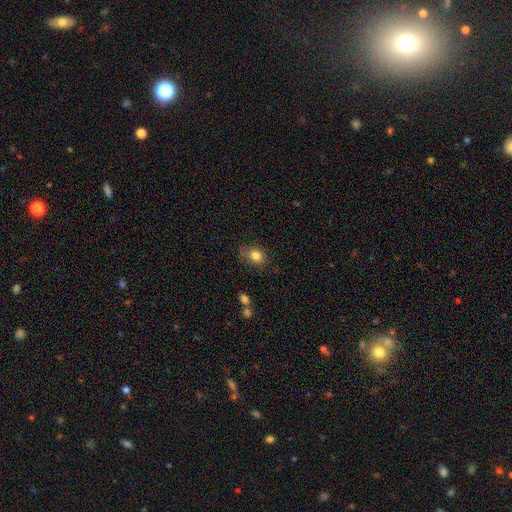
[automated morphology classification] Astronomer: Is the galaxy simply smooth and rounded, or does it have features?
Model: smooth — 82%.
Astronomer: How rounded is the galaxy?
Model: in between — 53% (runner-up: round, 46%).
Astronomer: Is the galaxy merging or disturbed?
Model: none — 72%.